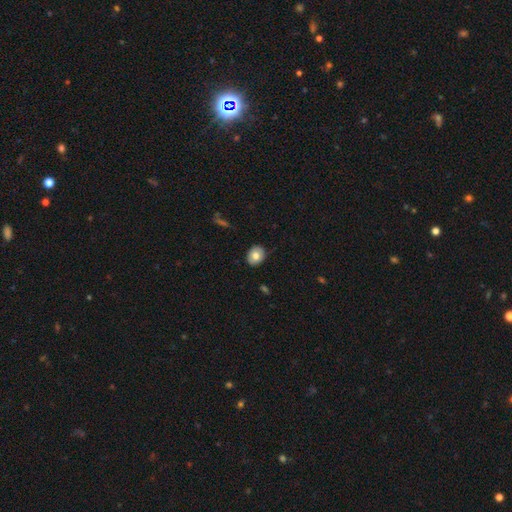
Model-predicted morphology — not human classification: A smooth galaxy with no disk features (76%) that is round (52%).

Vote fractions:
- Smooth or featured? smooth: 76% / featured or disk: 16% / star or artifact: 8%
- How rounded? round: 52% / in between: 47% / cigar-shaped: 1%
- Merging? none: 88% / minor disturbance: 10% / major disturbance: 2% / merger: 1%